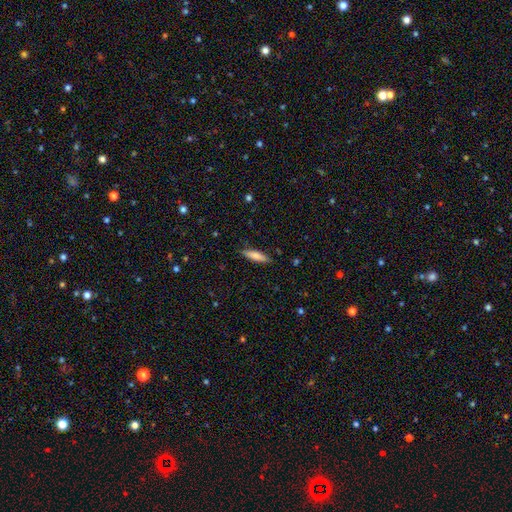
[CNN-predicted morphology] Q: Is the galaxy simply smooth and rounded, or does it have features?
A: smooth — 75%.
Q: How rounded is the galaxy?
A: cigar-shaped — 73%.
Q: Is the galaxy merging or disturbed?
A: none — 87%.